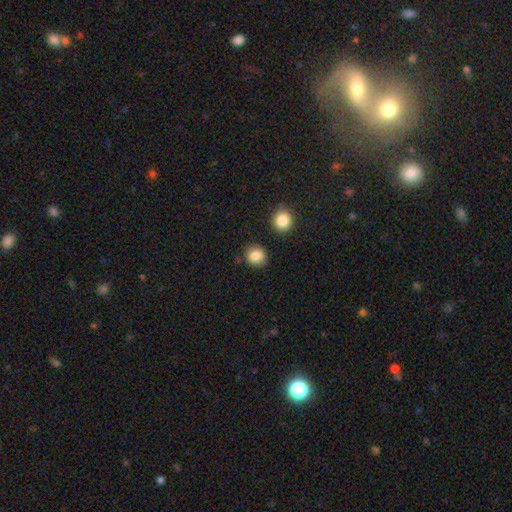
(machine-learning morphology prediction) Smooth or featured? smooth (86%)
How rounded? round (81%)
Merging? none (85%)